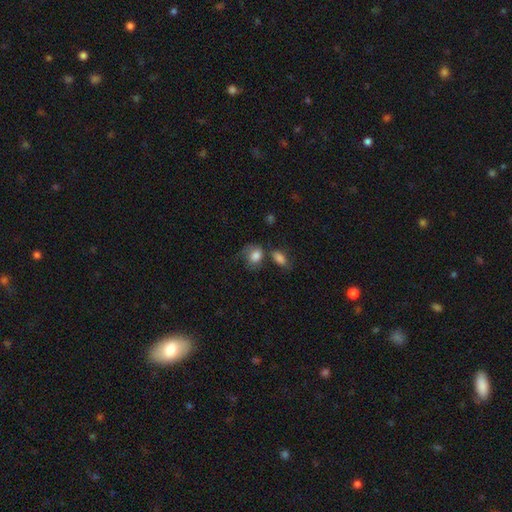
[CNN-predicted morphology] Overall: smooth (77%). How rounded: in between (57%; round 41%). Merging: none (36%; minor disturbance 24%).